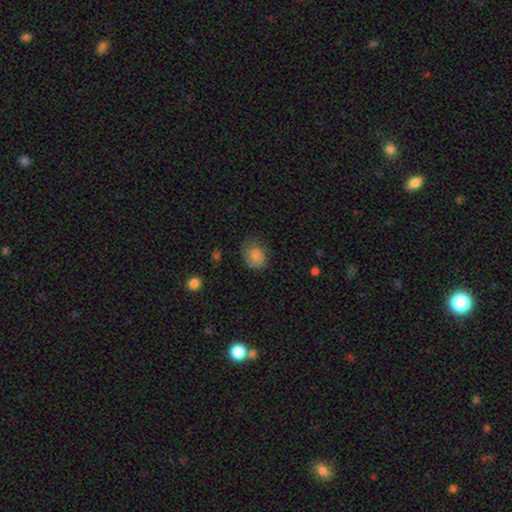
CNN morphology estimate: type=smooth (79%); roundness=round (54%); merging=none (59%).